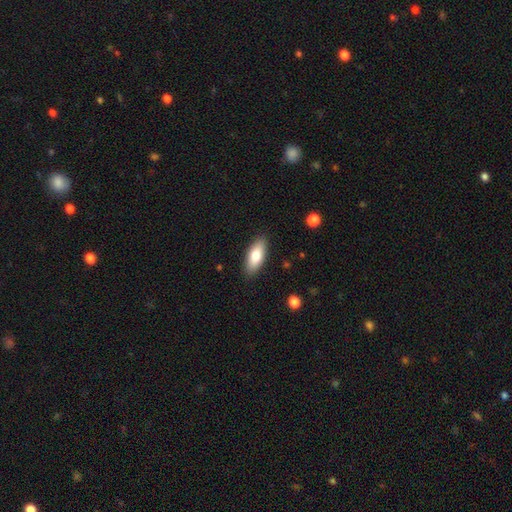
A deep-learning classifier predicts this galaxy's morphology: Smooth or featured: smooth — 78% (featured or disk — 16%)
How rounded: in between — 82% (cigar-shaped — 16%)
Merging: none — 88% (minor disturbance — 9%)